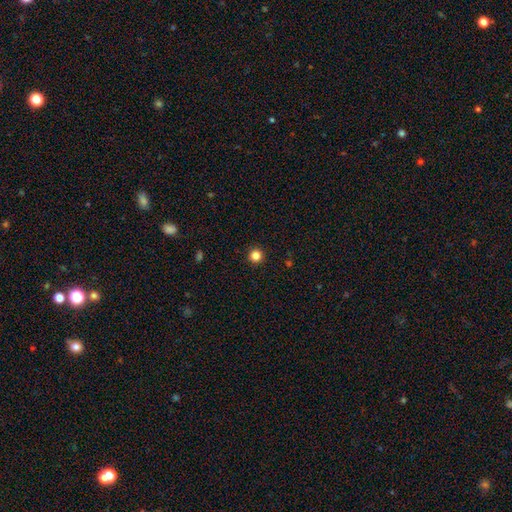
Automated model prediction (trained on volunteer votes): smooth 84%, star or artifact 12%, featured or disk 4%. Down the decision tree: how rounded — round (96%); merging — none (93%).